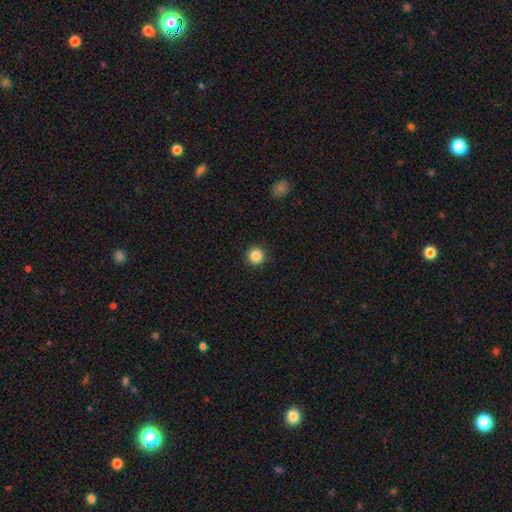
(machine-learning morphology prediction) Smooth or featured?
  - smooth: 86% *
  - star or artifact: 10%
  - featured or disk: 3%
How rounded?
  - round: 96% *
  - in between: 3%
  - cigar-shaped: 1%
Merging?
  - none: 93% *
  - minor disturbance: 5%
  - major disturbance: 2%
  - merger: 1%